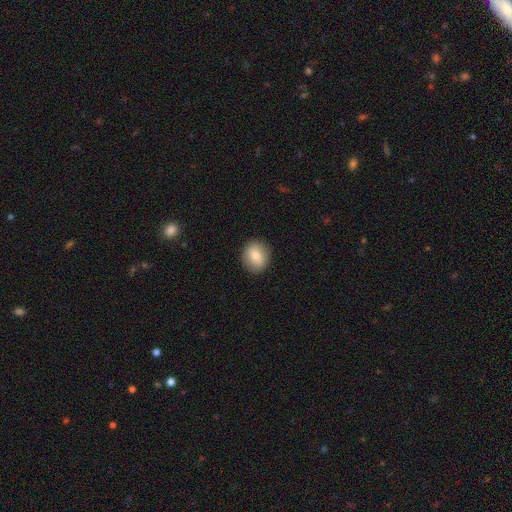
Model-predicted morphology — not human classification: This is likely a smooth galaxy (77%). How rounded: likely round (75%). Merging: clearly none (89%).